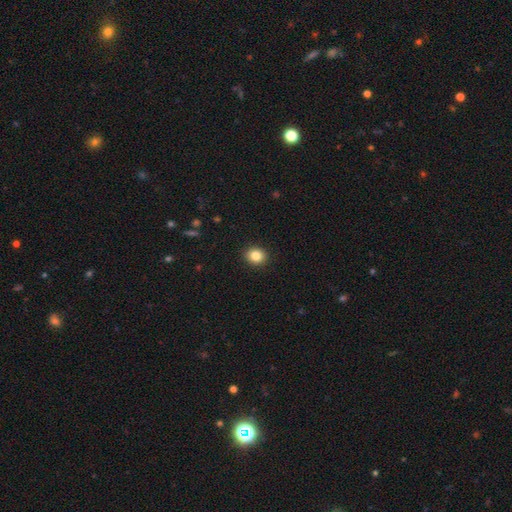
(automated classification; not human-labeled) A smooth galaxy with no disk features (85%) that is round (71%). Merging: none (92%).